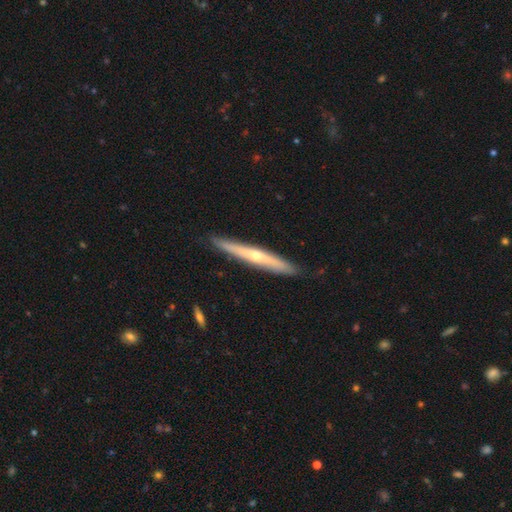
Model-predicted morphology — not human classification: This is likely a featured or disk galaxy (68%). It is clearly viewed edge-on (95%). Edge-on bulge: likely rounded (78%). Merging: clearly none (89%).